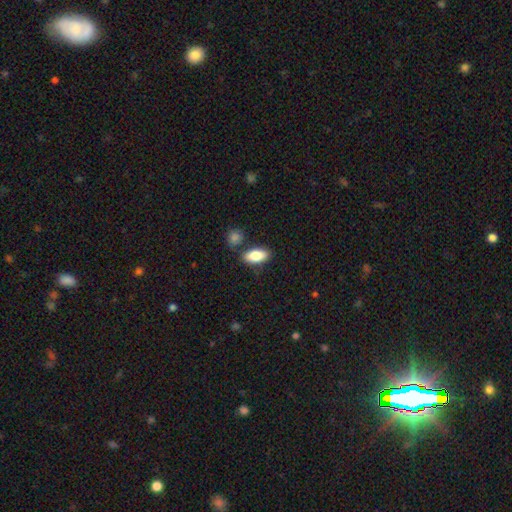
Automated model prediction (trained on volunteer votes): A smooth galaxy with no disk features (83%) that is in between round and cigar-shaped (88%).

Vote fractions:
- Smooth or featured? smooth: 83% / featured or disk: 11% / star or artifact: 6%
- How rounded? in between: 88% / cigar-shaped: 8% / round: 3%
- Merging? none: 78% / minor disturbance: 12% / merger: 7% / major disturbance: 3%